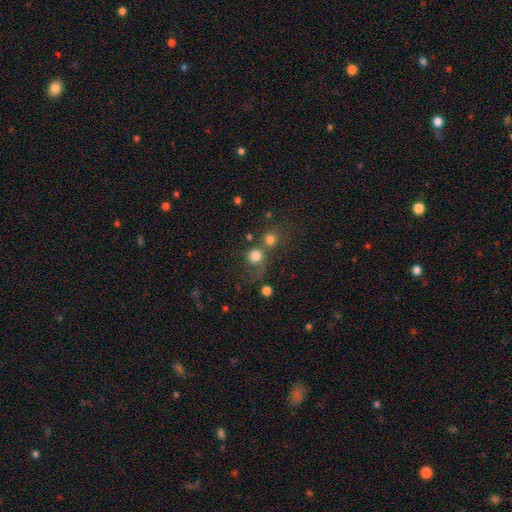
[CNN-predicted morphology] Smooth or featured? smooth (78%)
How rounded? round (88%)
Merging? none (45%)